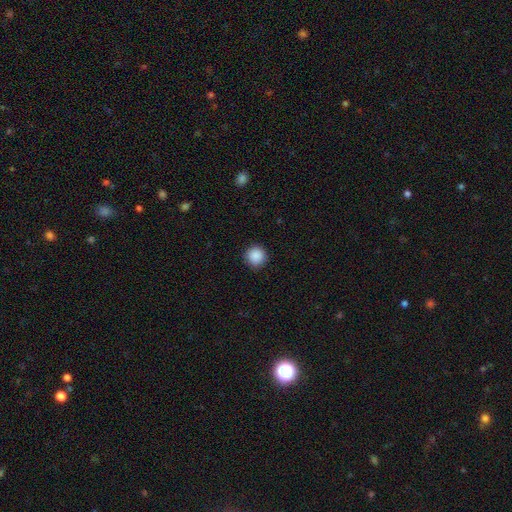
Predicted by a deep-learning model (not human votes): This is clearly a smooth galaxy (89%). How rounded: clearly round (95%). Merging: clearly none (90%).